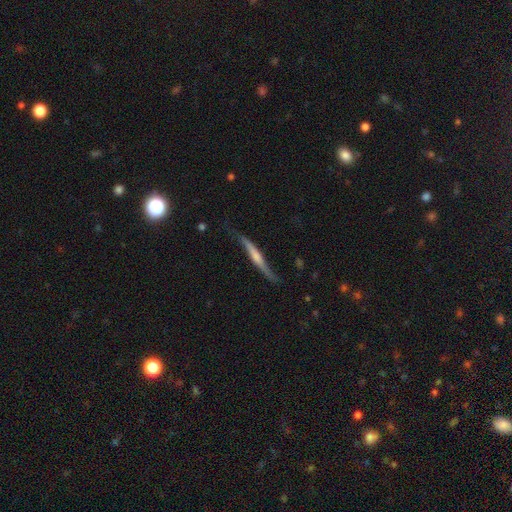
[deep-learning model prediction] Q: Smooth or featured?
A: featured or disk (65%); runner-up: smooth (30%)
Q: Edge-on disk?
A: yes (87%); runner-up: no (13%)
Q: Edge-on bulge?
A: rounded (53%); runner-up: none (31%)
Q: Merging?
A: none (62%); runner-up: minor disturbance (28%)